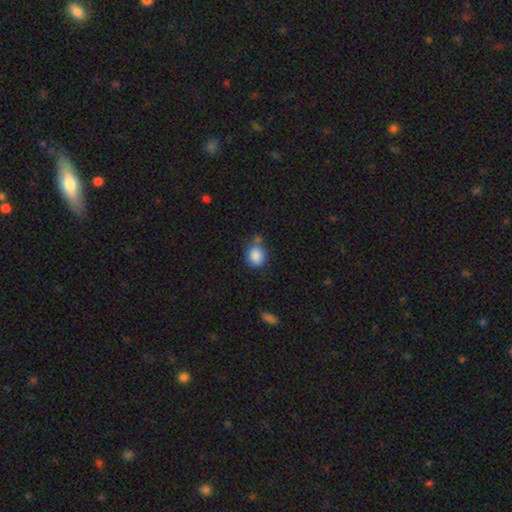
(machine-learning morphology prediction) smooth-or-featured: smooth: 87% | star or artifact: 9% | featured or disk: 4%
  how-rounded: round: 71% | in between: 28% | cigar-shaped: 1%
  merging: none: 58% | minor disturbance: 21% | merger: 15% | major disturbance: 6%